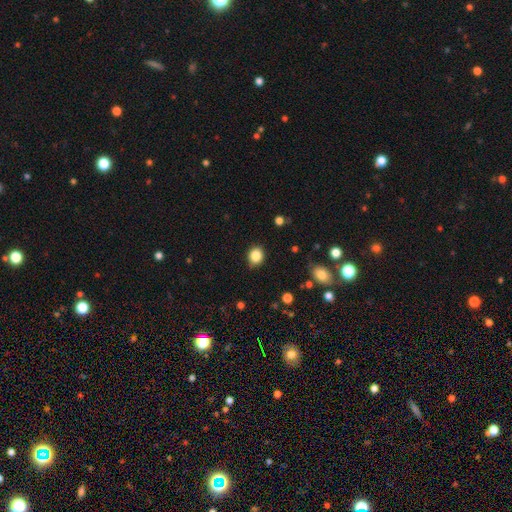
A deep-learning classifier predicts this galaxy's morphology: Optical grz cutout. It shows a smooth galaxy with no disk features (86%) that is round (70%). Merging: none (84%).